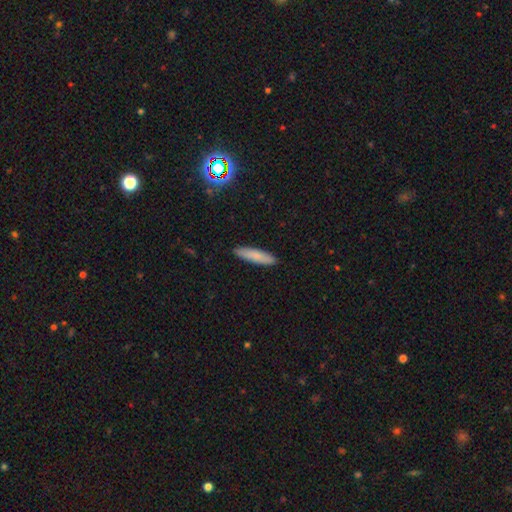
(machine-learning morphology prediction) Smooth or featured: smooth — 77% (featured or disk — 15%)
How rounded: cigar-shaped — 78% (in between — 20%)
Merging: none — 90% (minor disturbance — 7%)